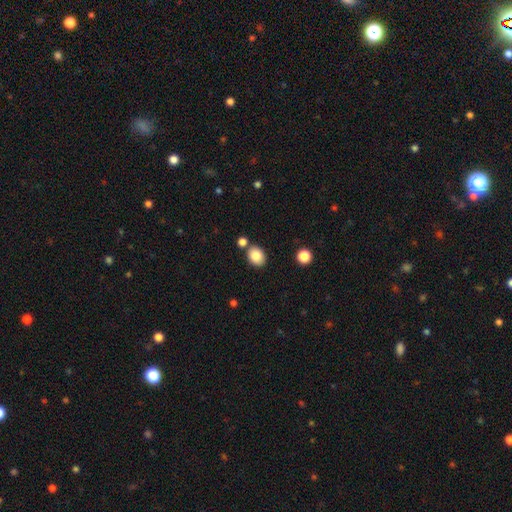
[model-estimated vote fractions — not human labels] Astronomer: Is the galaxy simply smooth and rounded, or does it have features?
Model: smooth — 85%.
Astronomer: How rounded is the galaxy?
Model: in between — 57% (runner-up: round, 42%).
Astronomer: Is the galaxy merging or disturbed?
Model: none — 76%.